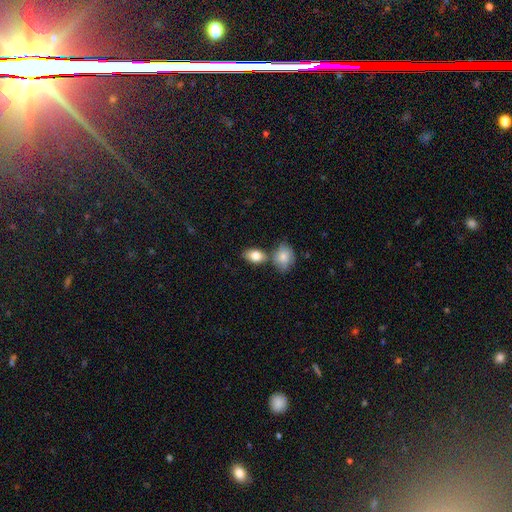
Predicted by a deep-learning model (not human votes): Smooth or featured: smooth — 83% (featured or disk — 11%)
How rounded: in between — 86% (round — 13%)
Merging: none — 53% (merger — 28%)